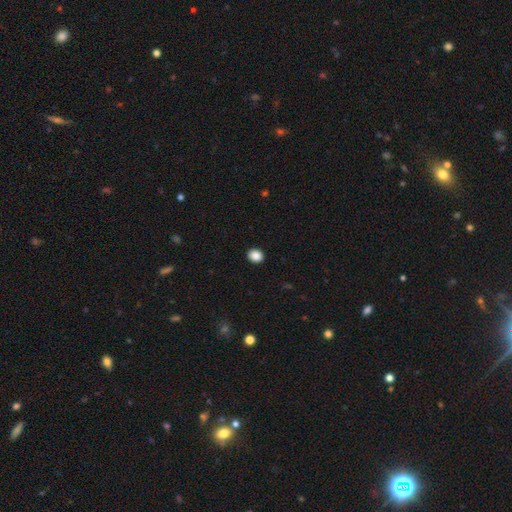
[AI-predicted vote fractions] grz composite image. It shows a smooth galaxy with no disk features (88%) that is round (60%). Merging: none (92%).